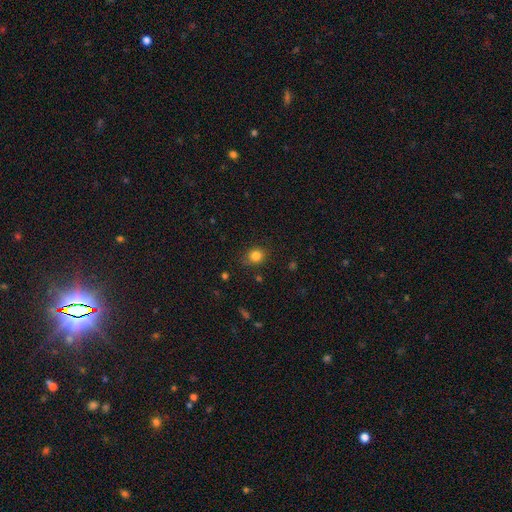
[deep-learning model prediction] smooth 83%, star or artifact 12%, featured or disk 5%. Down the decision tree: how rounded — round (73%); merging — none (80%).